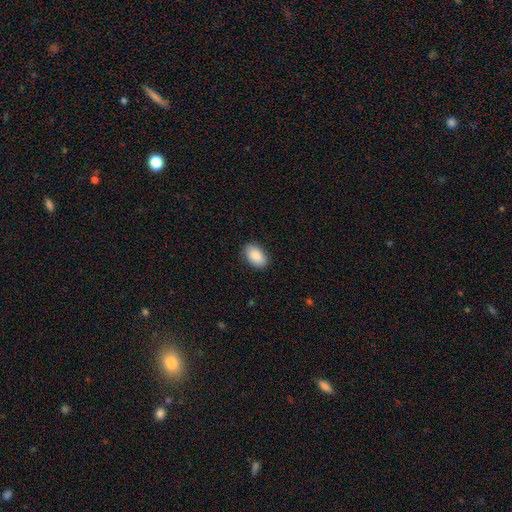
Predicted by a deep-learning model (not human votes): A smooth galaxy with no disk features (86%) that is in between round and cigar-shaped (90%).

Vote fractions:
- Smooth or featured? smooth: 86% / featured or disk: 7% / star or artifact: 7%
- How rounded? in between: 90% / round: 9% / cigar-shaped: 1%
- Merging? none: 87% / minor disturbance: 10% / major disturbance: 2% / merger: 1%